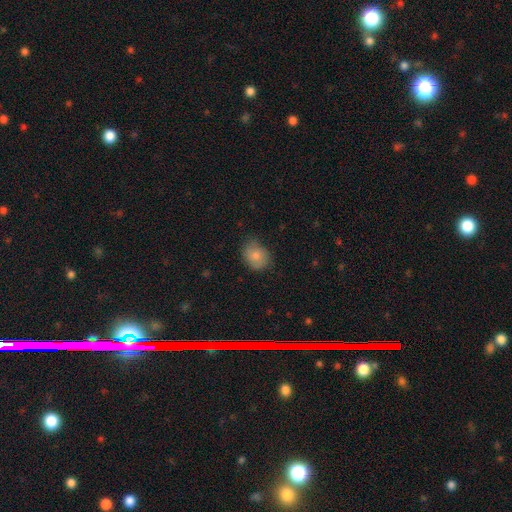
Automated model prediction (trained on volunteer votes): Smooth or featured? smooth (79%)
How rounded? round (52%)
Merging? none (68%)